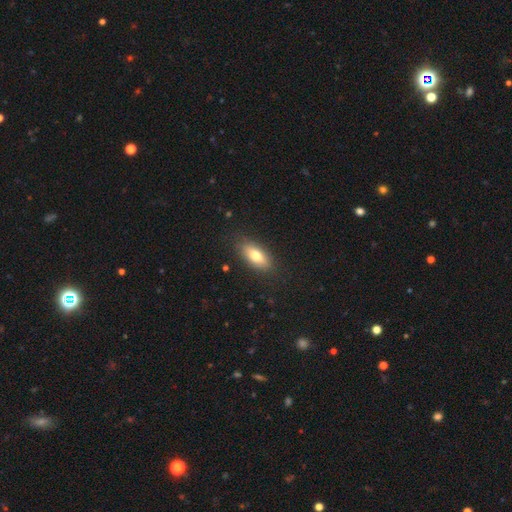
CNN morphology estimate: Smooth or featured? Predicted: smooth (p=0.74). How rounded? Predicted: in between (p=0.84). Merging? Predicted: none (p=0.84).